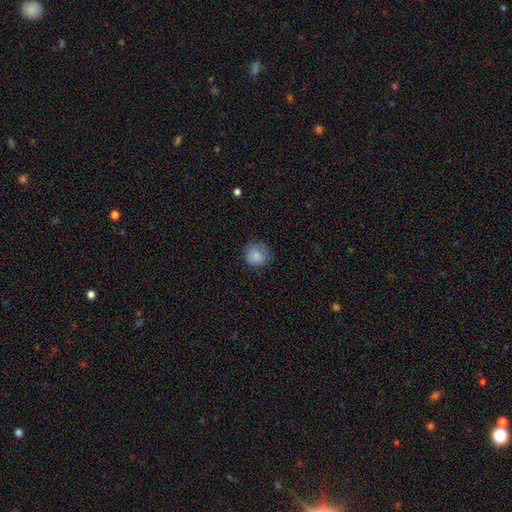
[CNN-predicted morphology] Smooth or featured: smooth — 86% (star or artifact — 9%)
How rounded: round — 86% (in between — 13%)
Merging: none — 75% (minor disturbance — 19%)